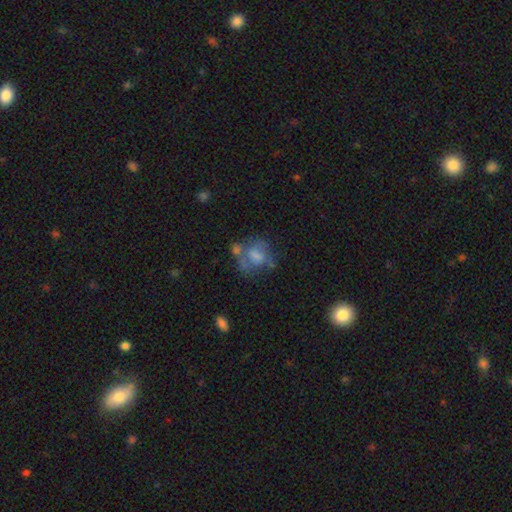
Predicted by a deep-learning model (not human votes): smooth-or-featured: featured or disk: 44% | smooth: 43% | star or artifact: 13%
  merging: none: 37% | merger: 22% | major disturbance: 21% | minor disturbance: 20%